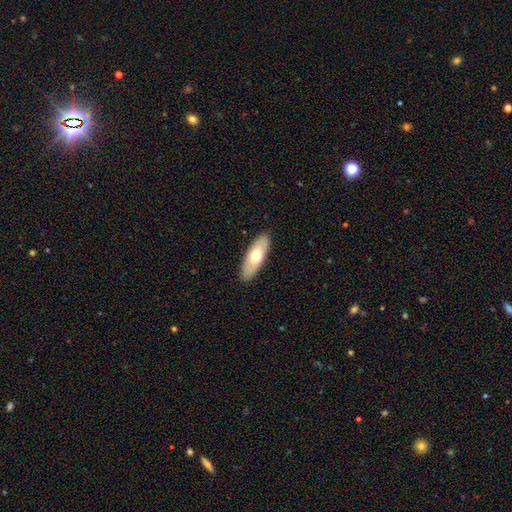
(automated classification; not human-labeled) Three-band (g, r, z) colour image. It shows a smooth galaxy with no disk features (62%) that is in between round and cigar-shaped (69%). Merging: none (88%).